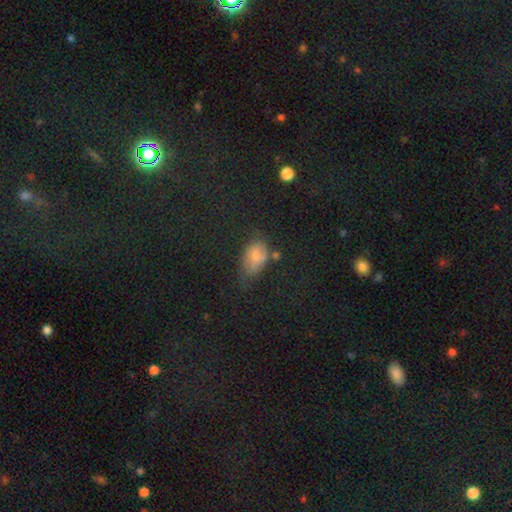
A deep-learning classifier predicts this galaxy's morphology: Overall: smooth (63%). How rounded: in between (85%). Merging: none (43%; minor disturbance 33%).